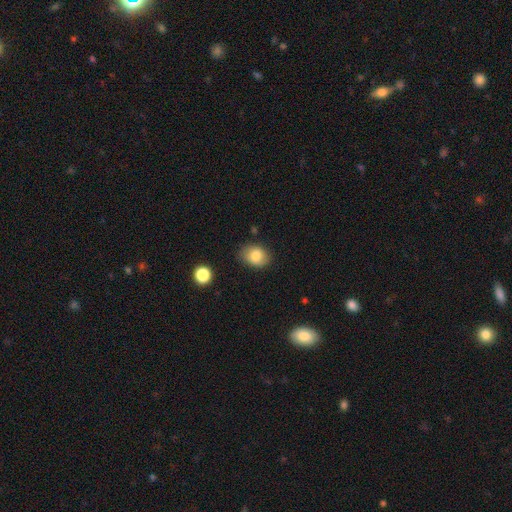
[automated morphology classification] Smooth or featured?
  - smooth: 82% *
  - featured or disk: 9%
  - star or artifact: 9%
How rounded?
  - in between: 65% *
  - round: 34%
  - cigar-shaped: 1%
Merging?
  - none: 79% *
  - minor disturbance: 16%
  - major disturbance: 3%
  - merger: 2%